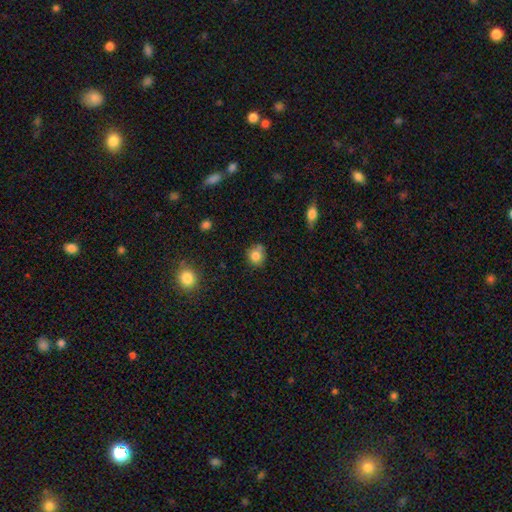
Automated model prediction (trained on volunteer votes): Q: Smooth or featured?
A: smooth (81%); runner-up: star or artifact (11%)
Q: How rounded?
A: round (84%); runner-up: in between (15%)
Q: Merging?
A: none (68%); runner-up: minor disturbance (17%)